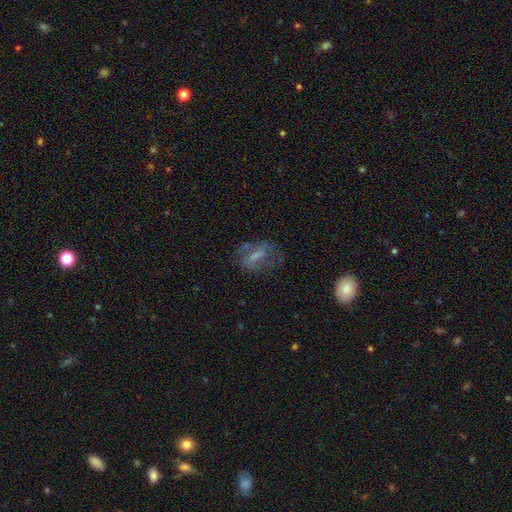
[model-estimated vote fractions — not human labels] Smooth or featured? smooth (44%, tied with featured or disk)
Merging? none (52%)